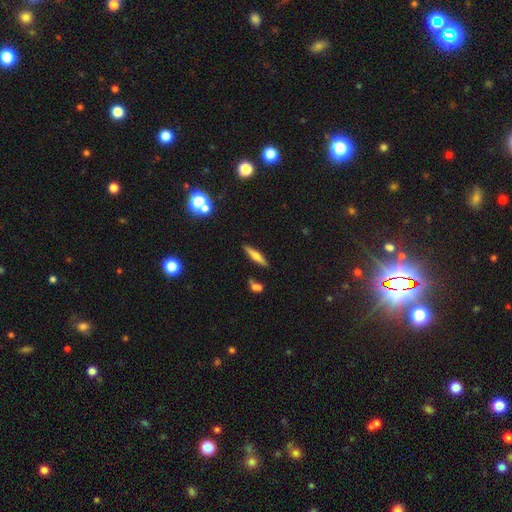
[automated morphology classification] A smooth galaxy with no disk features (49%).

Vote fractions:
- Smooth or featured? smooth: 49% / featured or disk: 42% / star or artifact: 9%
- Merging? none: 83% / minor disturbance: 9% / merger: 5% / major disturbance: 2%